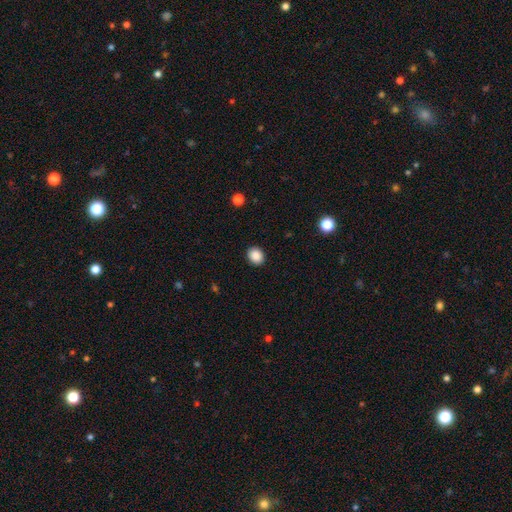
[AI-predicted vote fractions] Overall: smooth (88%). How rounded: round (67%; in between 32%). Merging: none (91%).